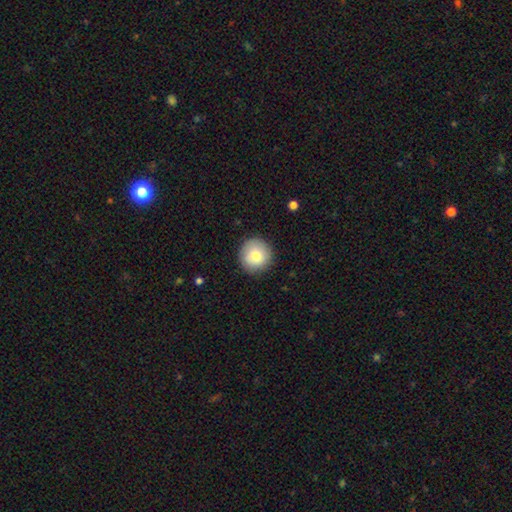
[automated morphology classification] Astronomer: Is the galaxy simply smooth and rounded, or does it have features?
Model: smooth — 80%.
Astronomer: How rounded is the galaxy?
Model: round — 95%.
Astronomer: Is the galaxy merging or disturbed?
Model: none — 89%.